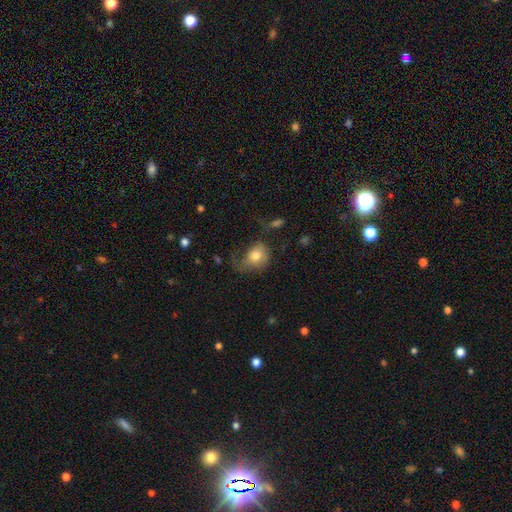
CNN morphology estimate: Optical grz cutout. It shows a smooth galaxy with no disk features (71%) that is in between round and cigar-shaped (51%). Merging: major disturbance (43%).